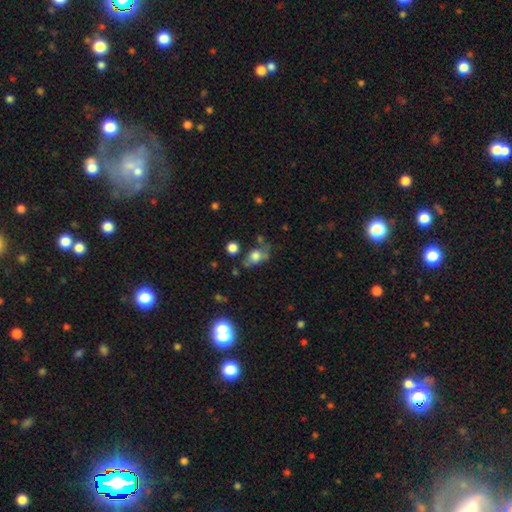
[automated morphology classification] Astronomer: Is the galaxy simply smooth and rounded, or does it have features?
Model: smooth — 68%.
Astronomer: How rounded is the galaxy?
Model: in between — 64%.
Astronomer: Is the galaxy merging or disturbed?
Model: none — 47% (runner-up: minor disturbance, 26%).